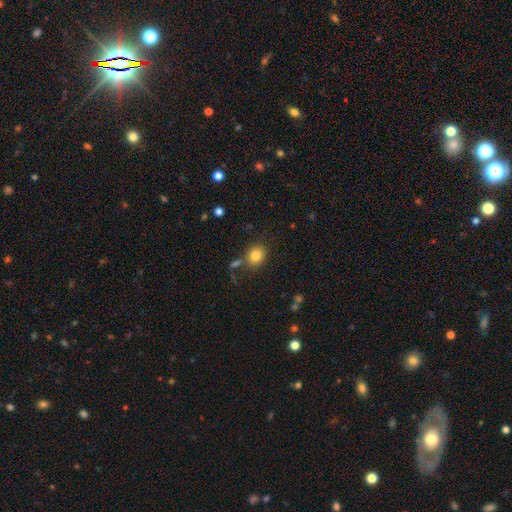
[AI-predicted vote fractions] smooth-or-featured: smooth: 82% | star or artifact: 11% | featured or disk: 8%
  how-rounded: round: 67% | in between: 32% | cigar-shaped: 1%
  merging: none: 75% | minor disturbance: 12% | merger: 9% | major disturbance: 4%